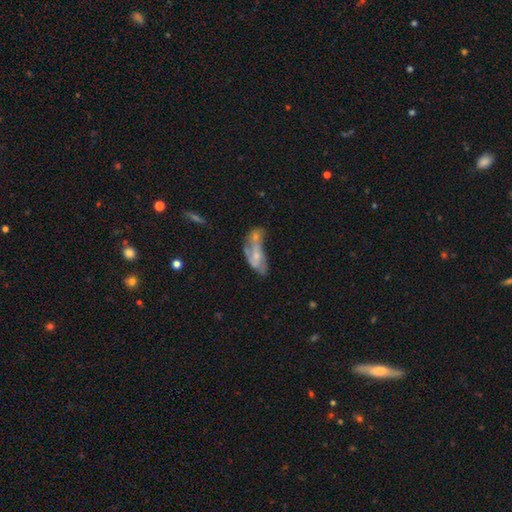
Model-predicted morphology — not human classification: featured or disk 53%, smooth 39%, star or artifact 8%. Down the decision tree: edge-on disk — no (91%); merging — merger (46%).